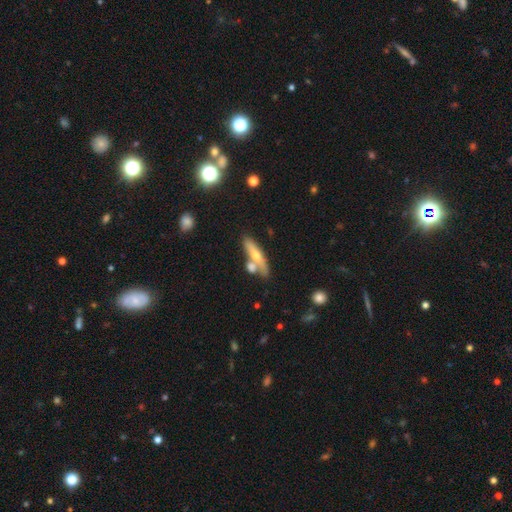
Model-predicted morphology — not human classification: A featured or disk galaxy (50%) viewed edge-on (80%). Merging: none (58%).